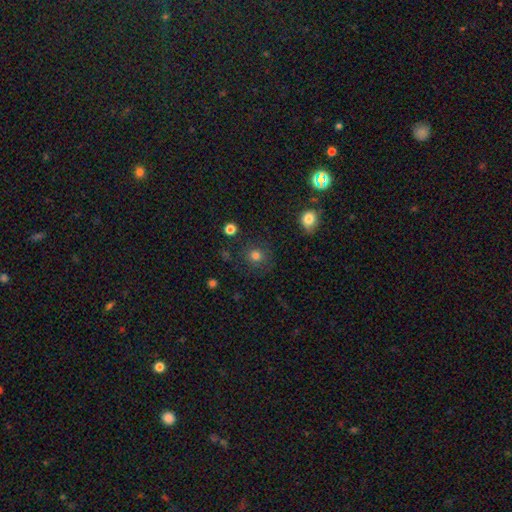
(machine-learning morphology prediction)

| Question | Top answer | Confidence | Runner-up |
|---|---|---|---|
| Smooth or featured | smooth | 79% | star or artifact (14%) |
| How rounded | round | 89% | in between (10%) |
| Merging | none | 83% | minor disturbance (10%) |